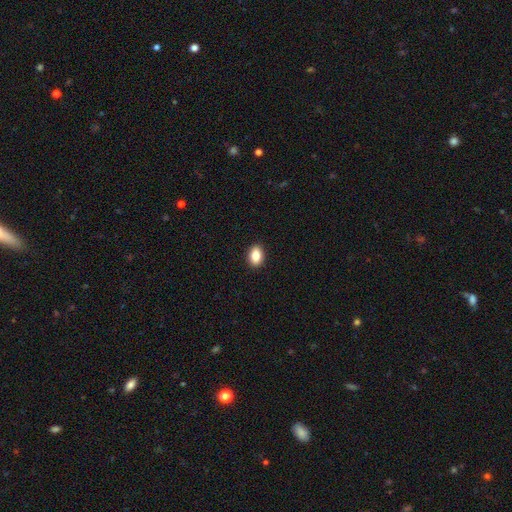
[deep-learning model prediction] Morphology: type=smooth (85%); roundness=in between (81%); merging=none (91%).